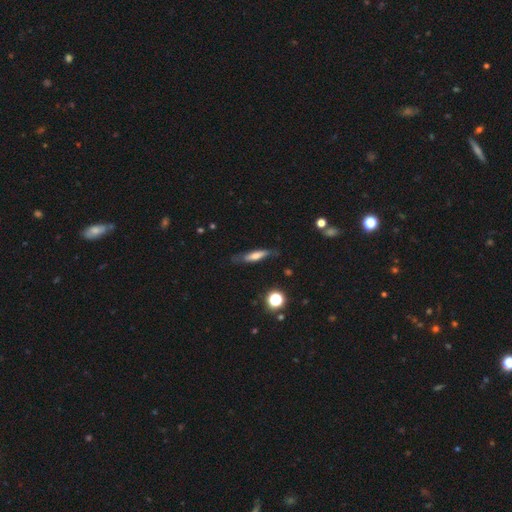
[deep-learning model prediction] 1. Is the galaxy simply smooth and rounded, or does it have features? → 53% smooth, 38% featured or disk, 9% star or artifact.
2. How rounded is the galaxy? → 75% cigar-shaped, 22% in between, 3% round.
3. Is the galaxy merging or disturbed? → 71% none, 20% minor disturbance, 6% major disturbance, 2% merger.